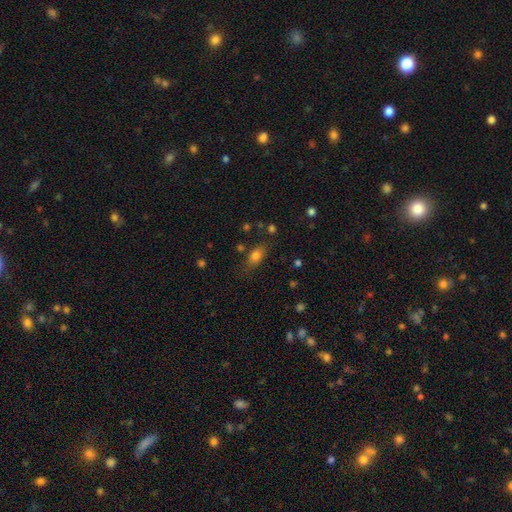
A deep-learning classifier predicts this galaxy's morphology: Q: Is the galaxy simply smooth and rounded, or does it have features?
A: smooth — 78%.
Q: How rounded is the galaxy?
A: in between — 78%.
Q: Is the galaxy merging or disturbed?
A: none — 73%.